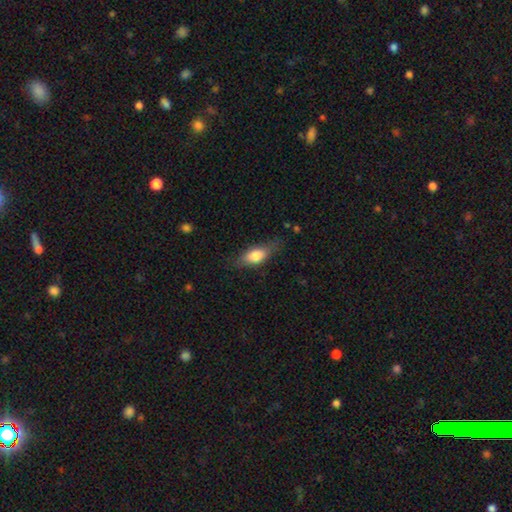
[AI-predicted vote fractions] Smooth or featured? Predicted: smooth (p=0.72). How rounded? Predicted: in between (p=0.75). Merging? Predicted: none (p=0.72).